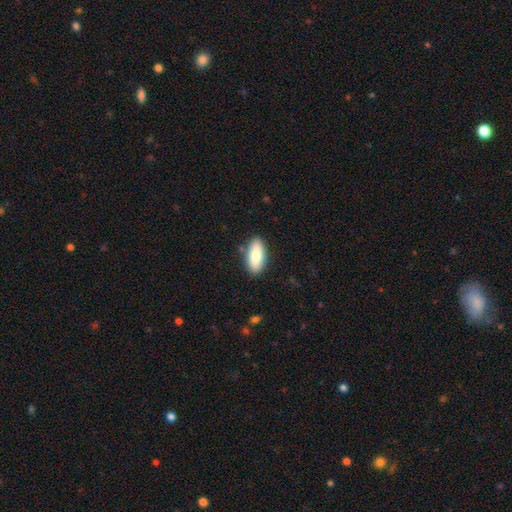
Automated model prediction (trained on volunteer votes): This appears to be a smooth galaxy with no disk features (81%) that is in between round and cigar-shaped (83%). Merging: none (87%).